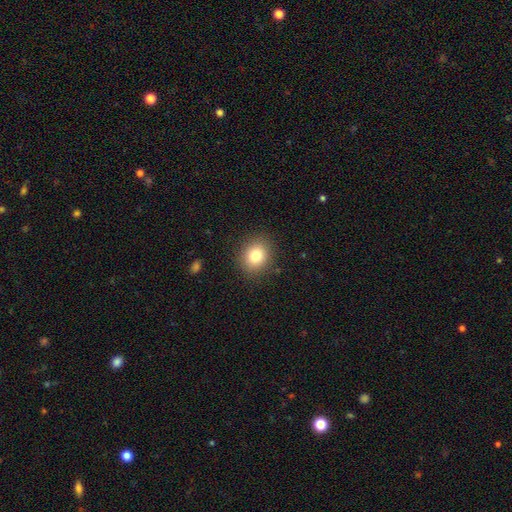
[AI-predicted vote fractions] This is clearly a smooth galaxy (81%). How rounded: likely round (67%). Merging: clearly none (87%).